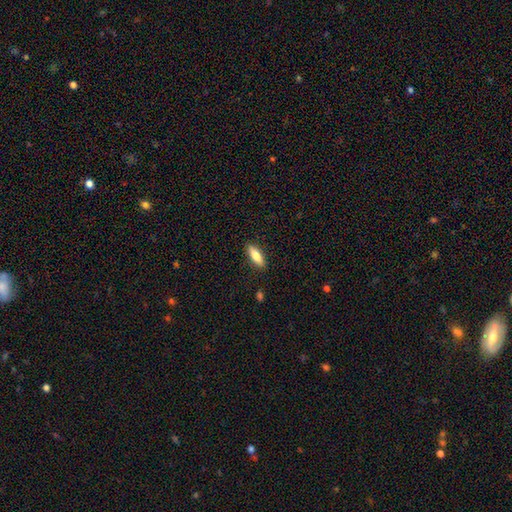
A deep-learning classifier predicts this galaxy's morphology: Smooth or featured? smooth (76%)
How rounded? in between (59%)
Merging? none (89%)